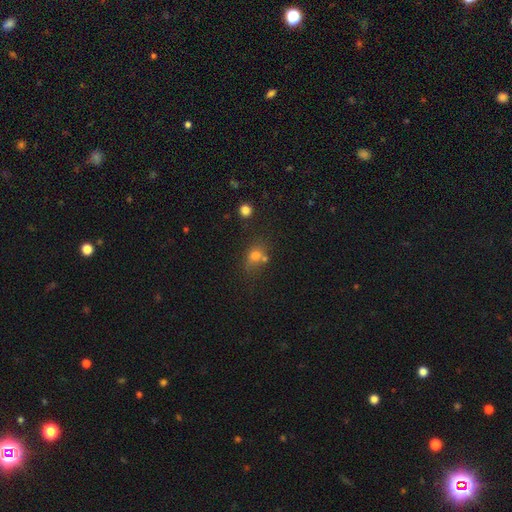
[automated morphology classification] Overall: smooth (72%). How rounded: round (50%; in between 48%). Merging: none (50%; merger 25%).